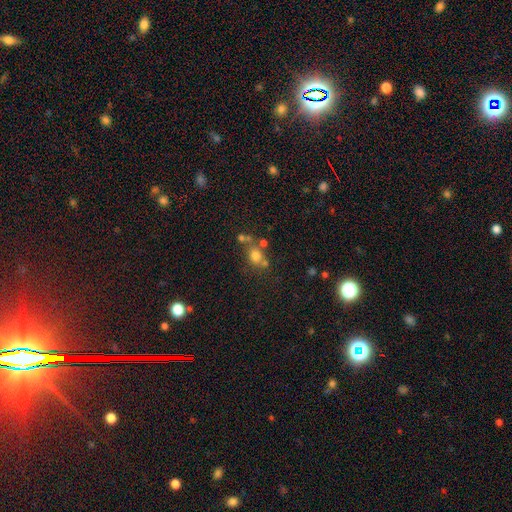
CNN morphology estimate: smooth 70%, star or artifact 18%, featured or disk 13%. Down the decision tree: how rounded — round (71%); merging — none (53%).